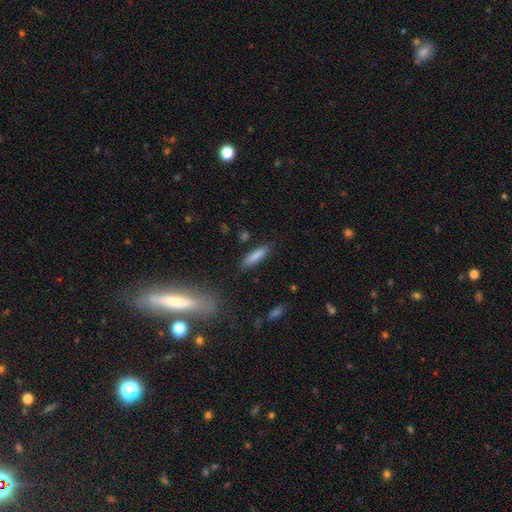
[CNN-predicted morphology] smooth-or-featured: smooth: 84% | featured or disk: 9% | star or artifact: 7%
  how-rounded: cigar-shaped: 72% | in between: 26% | round: 2%
  merging: none: 85% | minor disturbance: 10% | major disturbance: 2% | merger: 2%